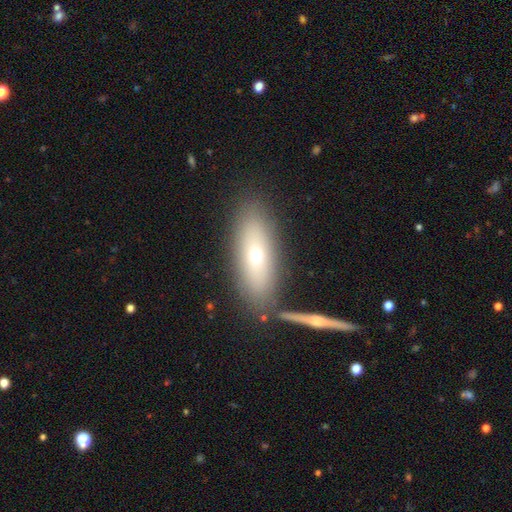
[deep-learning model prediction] A smooth galaxy with no disk features (63%) that is in between round and cigar-shaped (71%). Merging: none (74%).